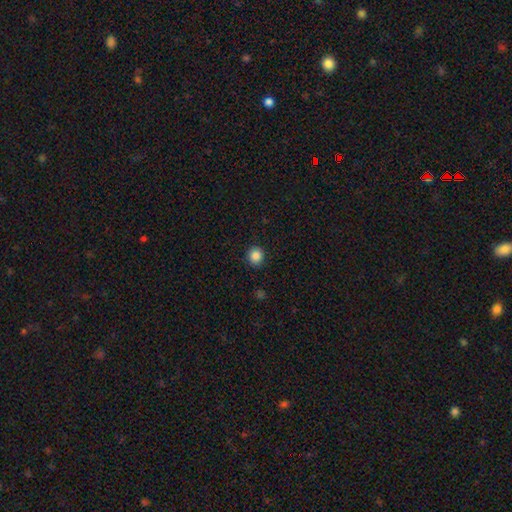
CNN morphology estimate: smooth 86%, star or artifact 11%, featured or disk 4%. Down the decision tree: how rounded — round (89%); merging — none (90%).